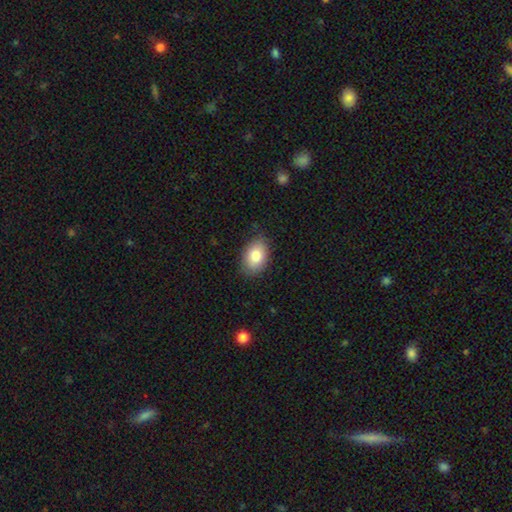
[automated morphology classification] Overall: smooth (83%). How rounded: in between (88%). Merging: none (82%).